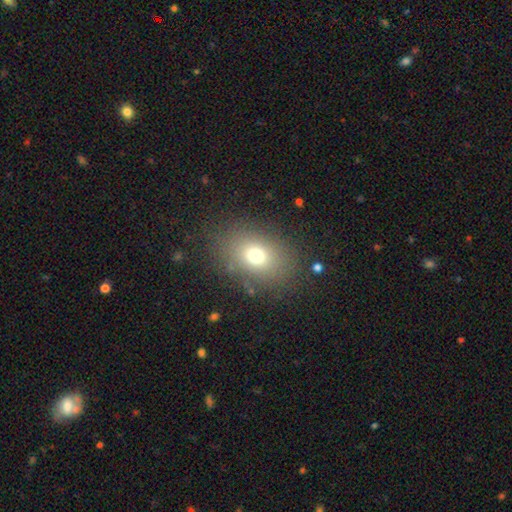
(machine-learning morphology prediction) A smooth galaxy with no disk features (71%) that is in between round and cigar-shaped (62%). Merging: none (81%).